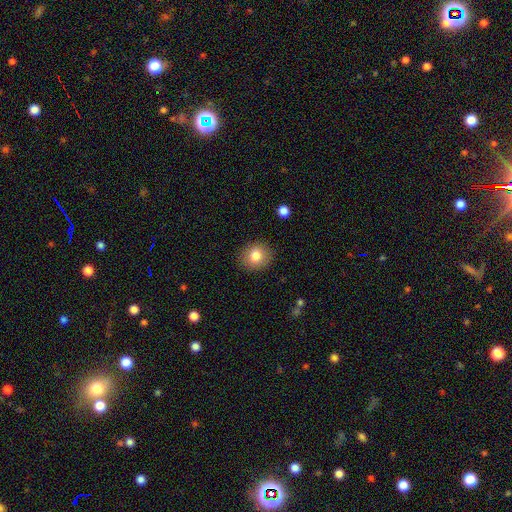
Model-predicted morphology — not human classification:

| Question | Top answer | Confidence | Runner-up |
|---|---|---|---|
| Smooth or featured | smooth | 81% | star or artifact (10%) |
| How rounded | round | 79% | in between (20%) |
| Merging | none | 89% | minor disturbance (8%) |